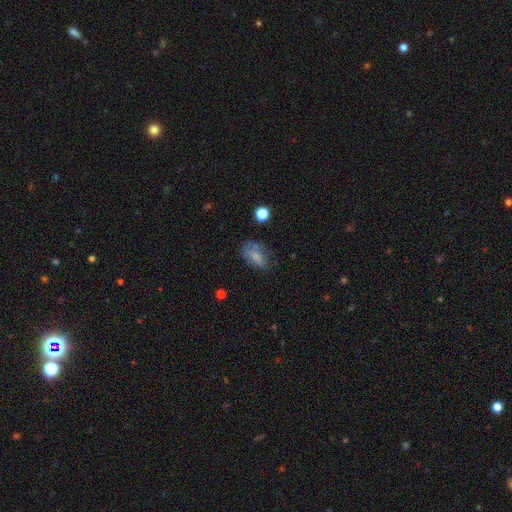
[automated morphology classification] The model was most divided on "merging": none: 48%, minor disturbance: 28%, major disturbance: 18%, merger: 6%. More confident: how rounded — in between (87%); smooth or featured — smooth (68%).